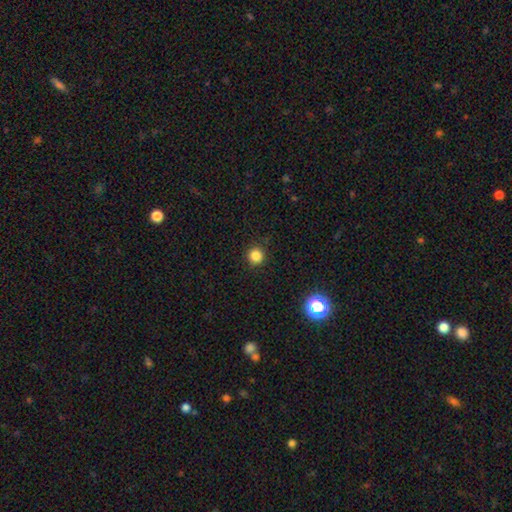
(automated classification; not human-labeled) A smooth galaxy with no disk features (83%) that is round (95%).

Vote fractions:
- Smooth or featured? smooth: 83% / star or artifact: 13% / featured or disk: 4%
- How rounded? round: 95% / in between: 4% / cigar-shaped: 1%
- Merging? none: 92% / minor disturbance: 5% / major disturbance: 2% / merger: 1%